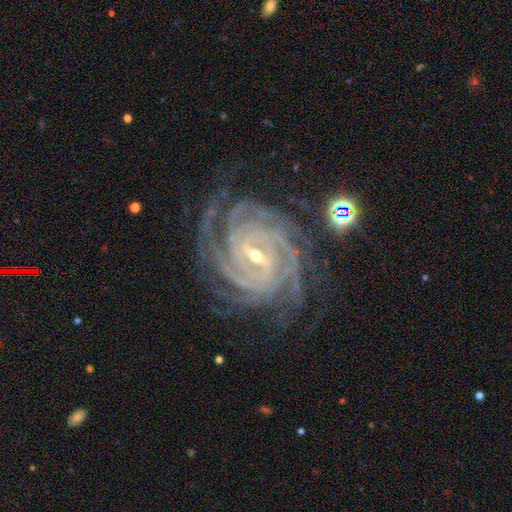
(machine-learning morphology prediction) featured or disk 93%, star or artifact 4%, smooth 2%. Down the decision tree: edge-on disk — no (98%); bar — strong (45%); spiral arms — yes (99%); spiral arm count — 4 (38%); spiral winding — tight (84%); bulge size — small (64%); merging — none (79%).